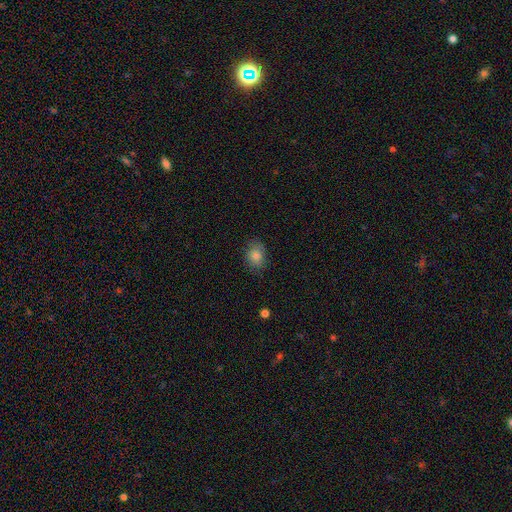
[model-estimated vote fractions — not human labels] Smooth or featured? Predicted: smooth (p=0.81). How rounded? Predicted: in between (p=0.58). Merging? Predicted: none (p=0.80).